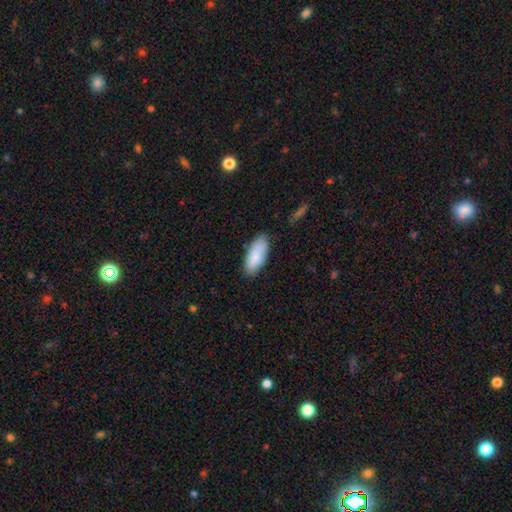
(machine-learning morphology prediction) The model was most divided on "merging": none: 79%, minor disturbance: 16%, major disturbance: 3%, merger: 2%. More confident: smooth or featured — smooth (85%); how rounded — in between (85%).